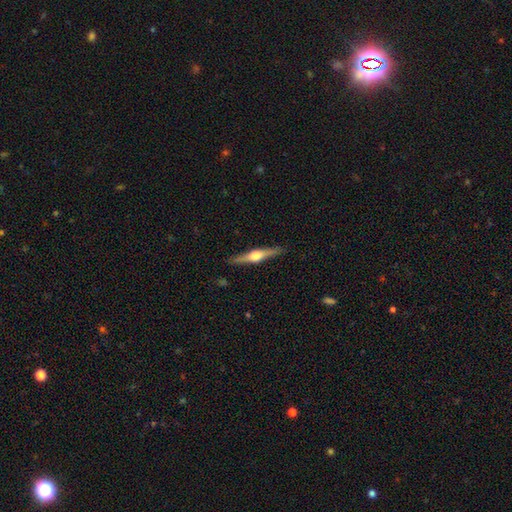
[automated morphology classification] featured or disk 75%, smooth 20%, star or artifact 5%. Down the decision tree: edge-on disk — yes (98%); edge-on bulge — rounded (92%); merging — none (90%).